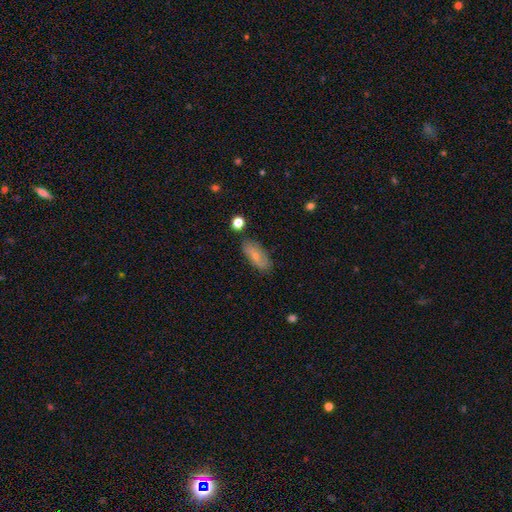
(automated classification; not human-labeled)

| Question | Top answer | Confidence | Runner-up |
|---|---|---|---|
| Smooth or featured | smooth | 66% | featured or disk (27%) |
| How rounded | in between | 81% | cigar-shaped (16%) |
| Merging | none | 79% | minor disturbance (15%) |